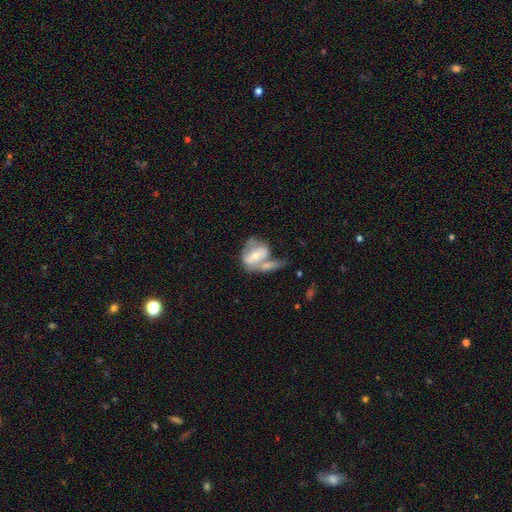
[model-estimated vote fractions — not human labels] Q: Smooth or featured?
A: featured or disk (57%); runner-up: smooth (37%)
Q: Edge-on disk?
A: no (93%); runner-up: yes (7%)
Q: Bar?
A: no (40%); runner-up: weak (33%)
Q: Spiral arms?
A: no (51%); runner-up: yes (49%)
Q: Bulge size?
A: moderate (53%); runner-up: small (39%)
Q: Merging?
A: merger (47%); runner-up: none (21%)